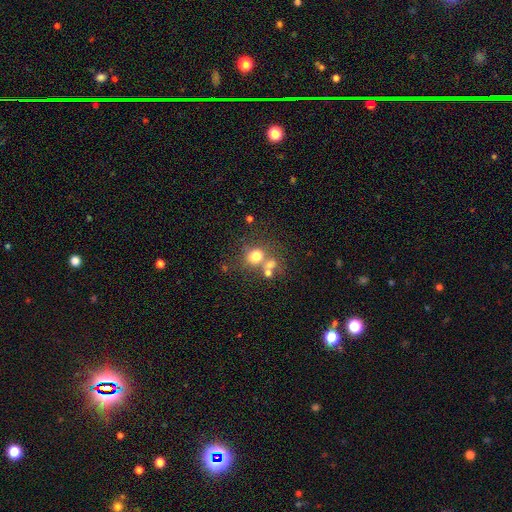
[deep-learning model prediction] smooth 70%, star or artifact 15%, featured or disk 15%. Down the decision tree: how rounded — round (73%); merging — none (47%).